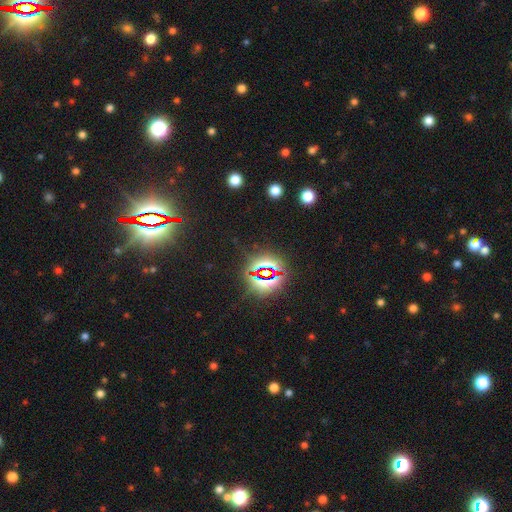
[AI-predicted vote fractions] star or artifact 83%, smooth 10%, featured or disk 7%.